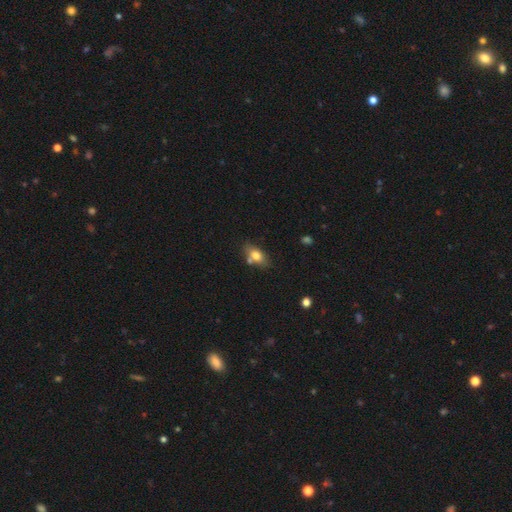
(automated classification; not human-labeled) smooth 75%, featured or disk 16%, star or artifact 9%. Down the decision tree: how rounded — in between (84%); merging — none (66%).